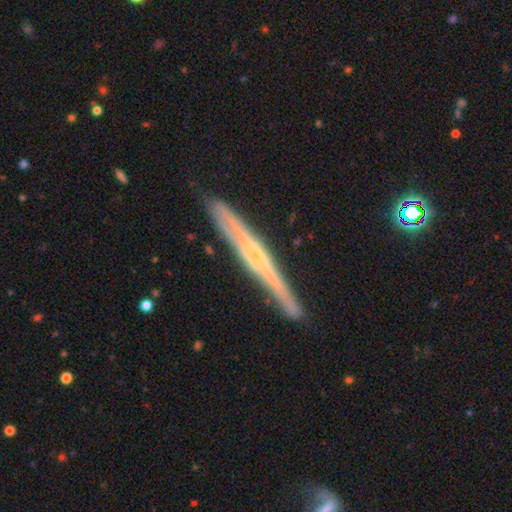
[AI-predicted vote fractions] A featured or disk galaxy (70%) viewed edge-on (95%) with no central bulge (58%).

Vote fractions:
- Smooth or featured? featured or disk: 70% / smooth: 23% / star or artifact: 6%
- Edge-on disk? yes: 95% / no: 5%
- Edge-on bulge? none: 58% / rounded: 28% / boxy: 14%
- Merging? none: 84% / minor disturbance: 13% / major disturbance: 2% / merger: 2%